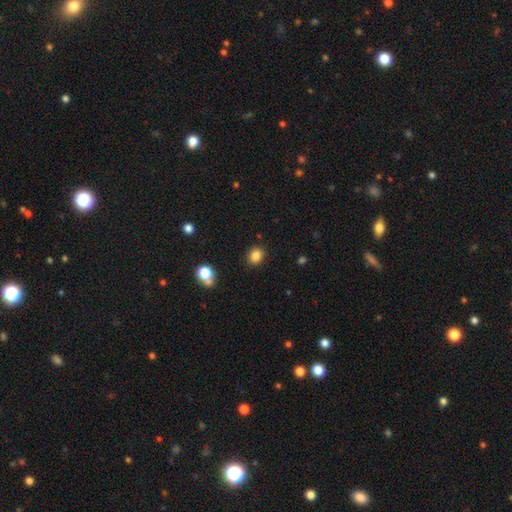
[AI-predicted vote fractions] This is clearly a smooth galaxy (84%). How rounded: likely round (65%). Merging: clearly none (87%).